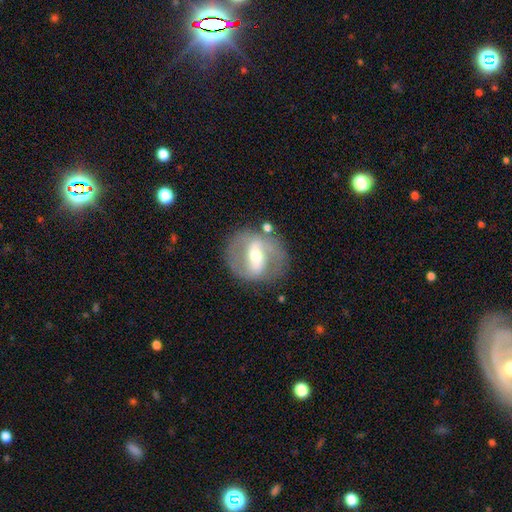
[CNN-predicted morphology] type=featured or disk (76%); edge-on=no (93%); bar=strong (58%); spiral arms=yes (65%); bulge=moderate (60%); merging=none (76%).